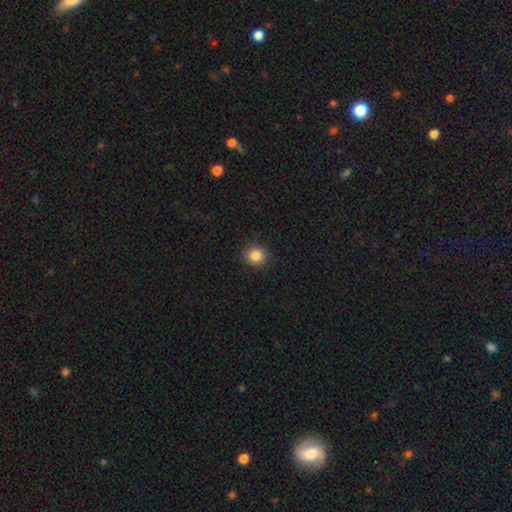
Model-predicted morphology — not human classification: A smooth galaxy with no disk features (85%) that is round (91%). Merging: none (92%).